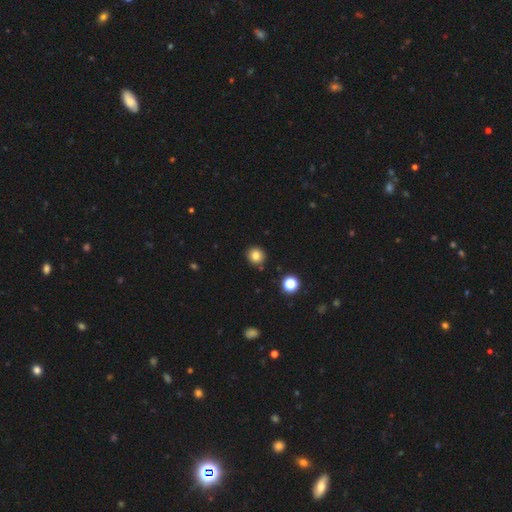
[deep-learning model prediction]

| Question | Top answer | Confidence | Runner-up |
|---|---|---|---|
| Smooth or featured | smooth | 81% | star or artifact (12%) |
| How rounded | round | 91% | in between (8%) |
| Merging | none | 88% | minor disturbance (7%) |